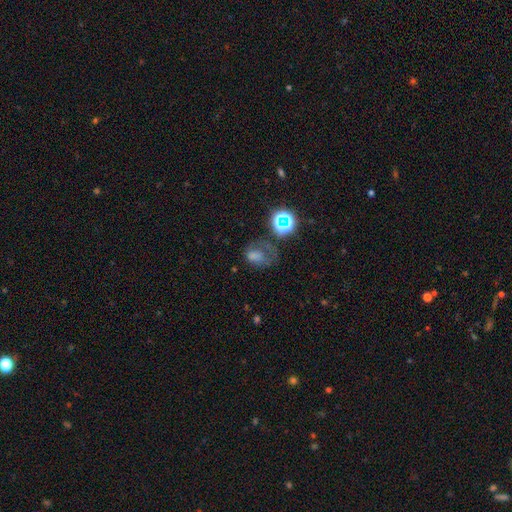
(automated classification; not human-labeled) Smooth or featured: smooth — 54% (star or artifact — 23%)
How rounded: in between — 62% (round — 37%)
Merging: major disturbance — 36% (none — 33%)